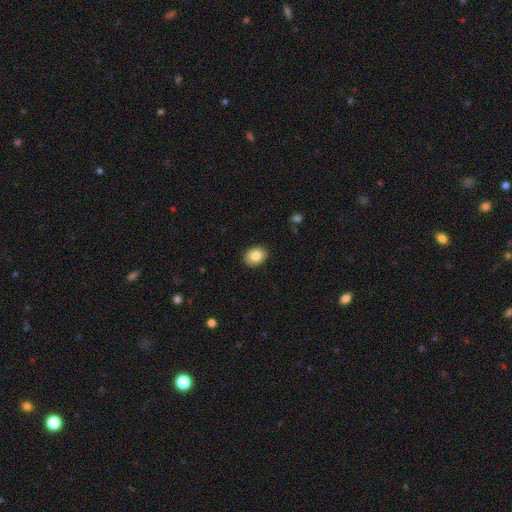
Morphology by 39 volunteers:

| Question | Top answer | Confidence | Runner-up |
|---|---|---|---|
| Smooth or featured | smooth | 90% | star or artifact (8%) |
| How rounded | in between | 60% | round (40%) |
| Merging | none | 92% | minor disturbance (3%) |